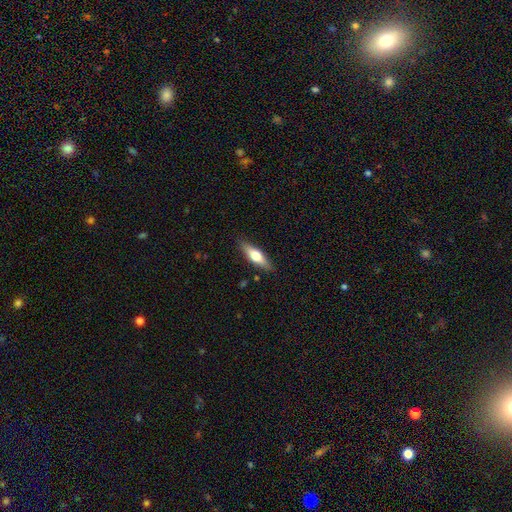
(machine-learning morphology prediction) smooth-or-featured: smooth: 53% | featured or disk: 42% | star or artifact: 6%
  how-rounded: cigar-shaped: 53% | in between: 45% | round: 2%
  merging: none: 86% | minor disturbance: 10% | major disturbance: 2% | merger: 1%